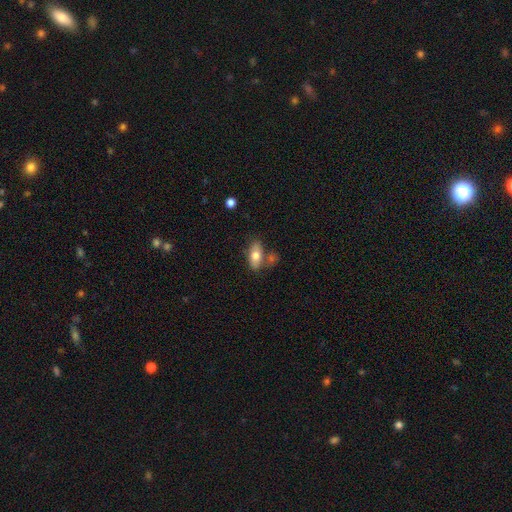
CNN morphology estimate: This appears to be a smooth galaxy with no disk features (72%) that is in between round and cigar-shaped (87%). Merging: none (55%).